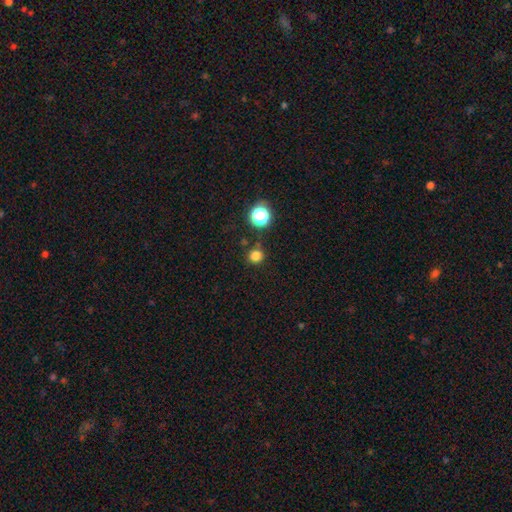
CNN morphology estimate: A smooth galaxy with no disk features (79%) that is round (91%).

Vote fractions:
- Smooth or featured? smooth: 79% / star or artifact: 17% / featured or disk: 4%
- How rounded? round: 91% / in between: 8% / cigar-shaped: 1%
- Merging? none: 82% / minor disturbance: 9% / merger: 6% / major disturbance: 3%